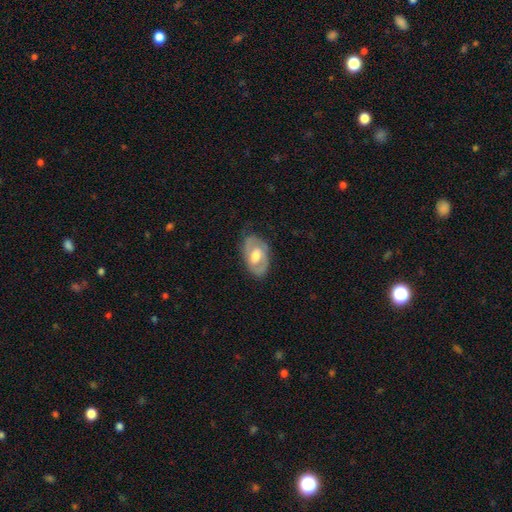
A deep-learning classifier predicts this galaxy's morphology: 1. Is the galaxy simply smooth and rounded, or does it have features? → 62% featured or disk, 32% smooth, 6% star or artifact.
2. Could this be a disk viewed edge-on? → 93% no, 7% yes.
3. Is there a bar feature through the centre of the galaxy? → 44% weak, 39% no, 17% strong.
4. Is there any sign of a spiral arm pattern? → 64% yes, 36% no.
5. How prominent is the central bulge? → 56% moderate, 30% large, 9% small, 2% none, 2% dominant.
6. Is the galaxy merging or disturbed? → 74% none, 19% minor disturbance, 6% major disturbance, 1% merger.